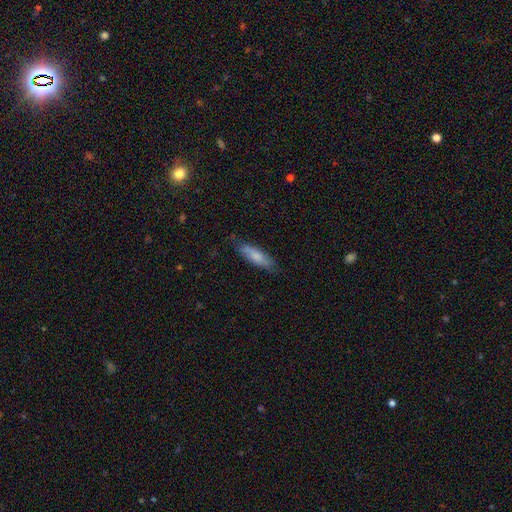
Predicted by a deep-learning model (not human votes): smooth_or_featured: smooth (p=0.74) [alt: featured or disk p=0.20]
how_rounded: cigar-shaped (p=0.53) [alt: in between p=0.46]
merging: none (p=0.75) [alt: minor disturbance p=0.20]